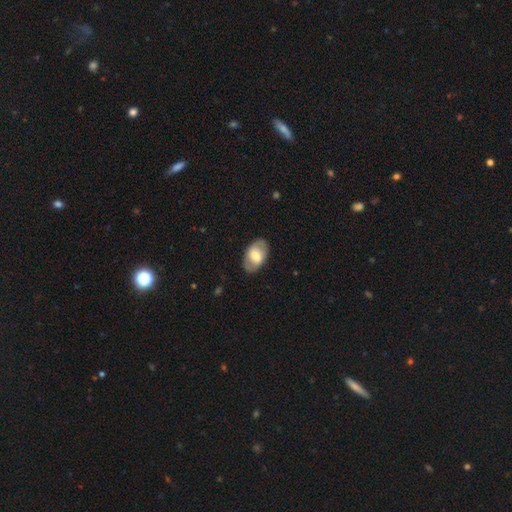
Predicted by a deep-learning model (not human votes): This appears to be a smooth galaxy with no disk features (56%) that is in between round and cigar-shaped (92%). Merging: none (83%).